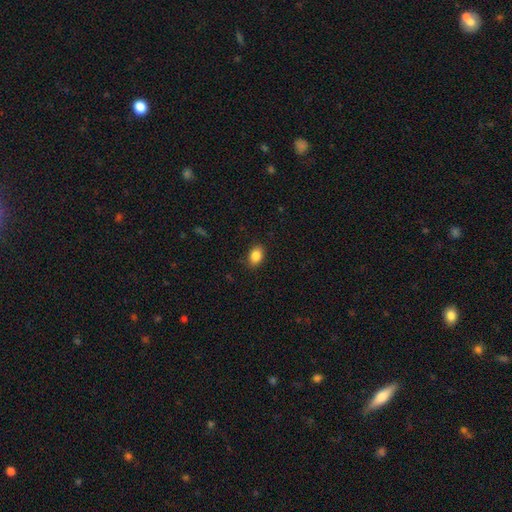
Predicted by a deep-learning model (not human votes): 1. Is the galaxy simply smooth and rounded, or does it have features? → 86% smooth, 9% star or artifact, 5% featured or disk.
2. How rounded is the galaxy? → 79% in between, 20% round, 1% cigar-shaped.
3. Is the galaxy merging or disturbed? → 86% none, 10% minor disturbance, 3% major disturbance, 1% merger.